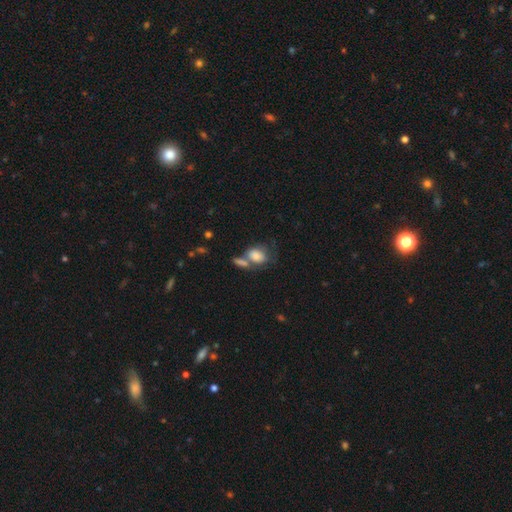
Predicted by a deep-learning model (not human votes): This is likely a smooth galaxy (78%). How rounded: likely in between (73%). Merging: possibly merger (46%).